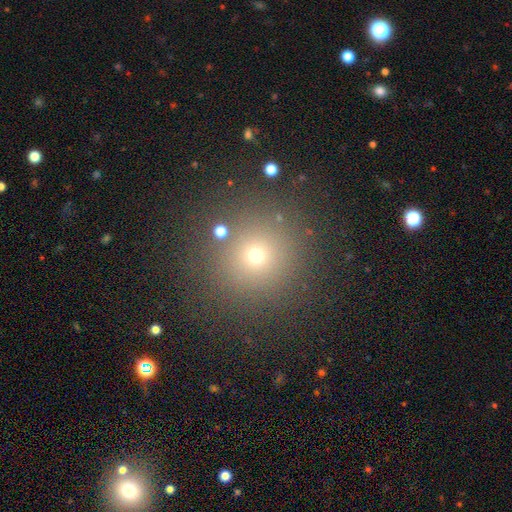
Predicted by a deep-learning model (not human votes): This is likely a smooth galaxy (62%). How rounded: clearly round (95%). Merging: clearly none (86%).